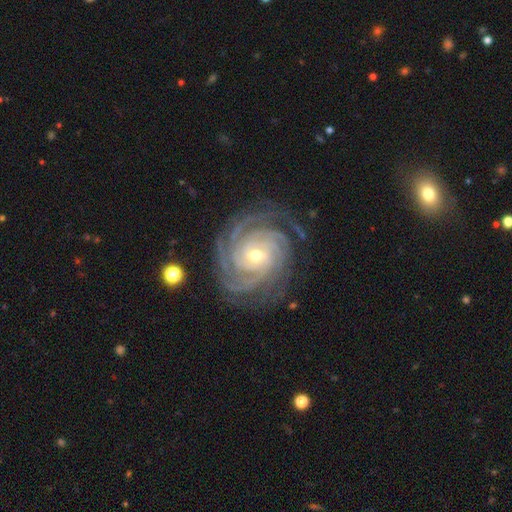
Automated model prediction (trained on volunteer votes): This appears to be a featured or disk galaxy (93%) with no bar (49%), 4 (35%) tight (85%) spiral arms (99%) and a moderate central bulge (49%). Merging: none (81%).